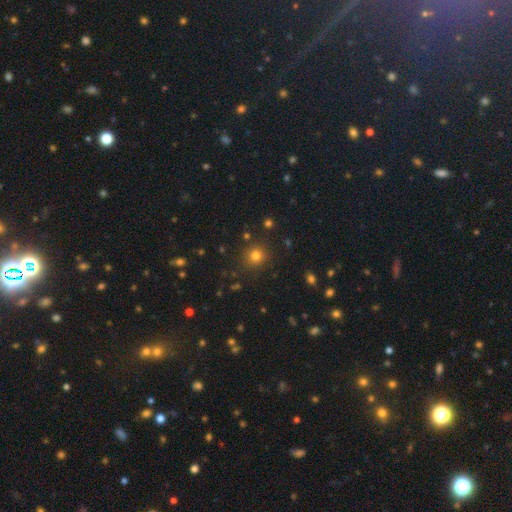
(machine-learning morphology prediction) This appears to be a smooth galaxy with no disk features (77%) that is round (91%). Merging: none (88%).